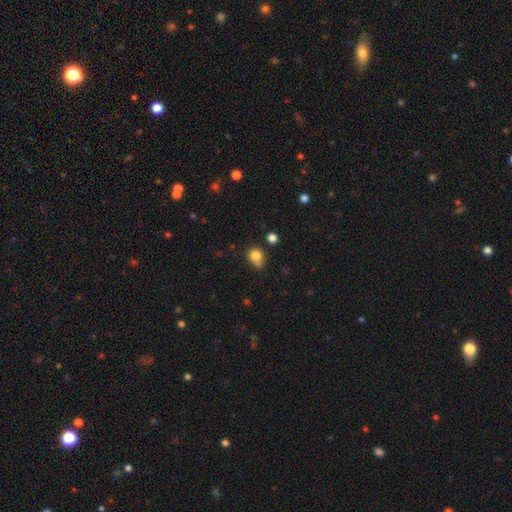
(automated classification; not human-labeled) This appears to be a smooth galaxy with no disk features (80%) that is round (74%). Merging: none (50%).